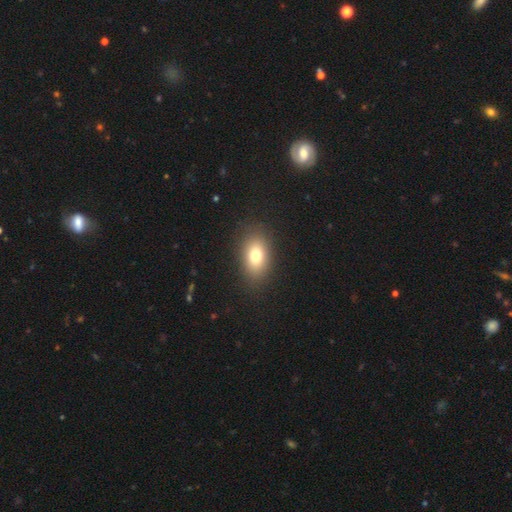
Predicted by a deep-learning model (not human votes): A smooth galaxy with no disk features (77%) that is in between round and cigar-shaped (85%). Merging: none (87%).